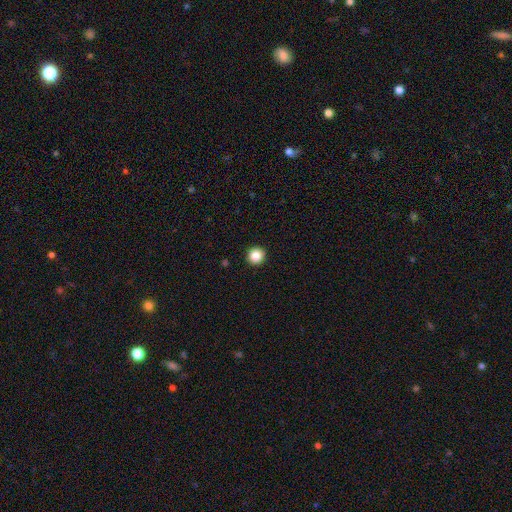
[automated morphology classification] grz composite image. It shows a smooth galaxy with no disk features (86%) that is round (95%). Merging: none (94%).